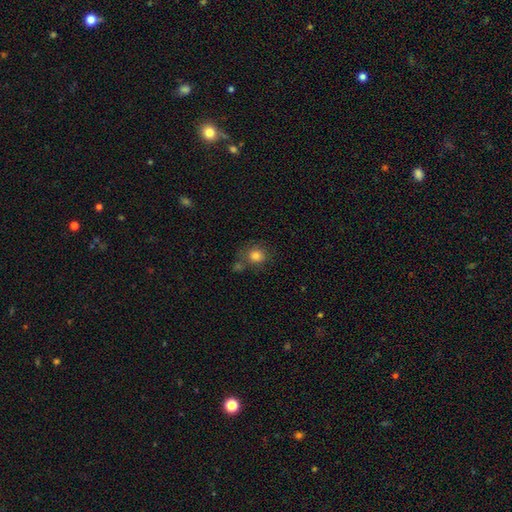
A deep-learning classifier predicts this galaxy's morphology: This appears to be a smooth galaxy with no disk features (82%) that is round (82%). Merging: none (63%).